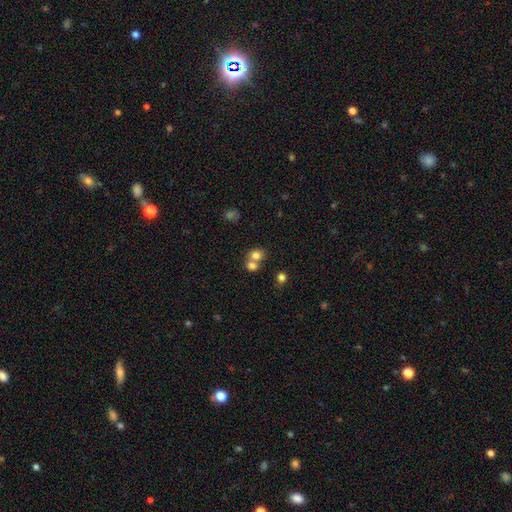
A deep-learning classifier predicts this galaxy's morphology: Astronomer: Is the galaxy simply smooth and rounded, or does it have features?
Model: smooth — 76%.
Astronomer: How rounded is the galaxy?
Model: round — 71%.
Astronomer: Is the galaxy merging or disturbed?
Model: merger — 53% (runner-up: none, 38%).